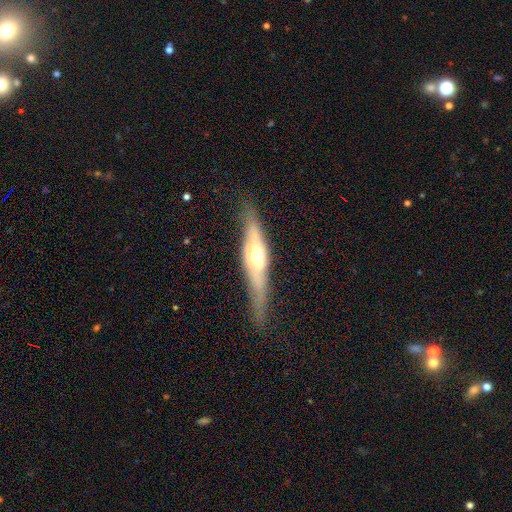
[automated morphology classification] Q: Smooth or featured?
A: featured or disk (64%); runner-up: smooth (30%)
Q: Edge-on disk?
A: yes (81%); runner-up: no (19%)
Q: Edge-on bulge?
A: rounded (83%); runner-up: boxy (9%)
Q: Merging?
A: none (72%); runner-up: minor disturbance (19%)